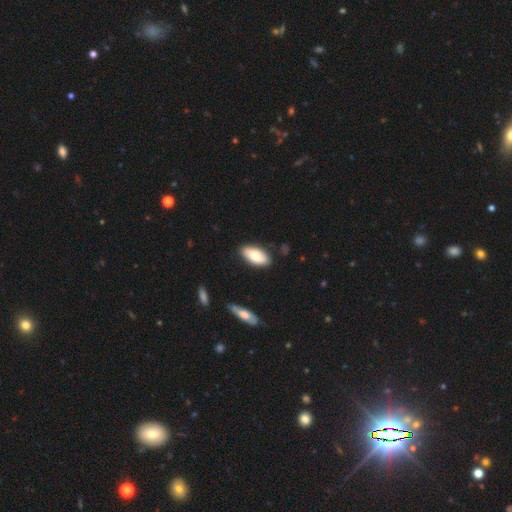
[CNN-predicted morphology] Q: Smooth or featured?
A: smooth (76%); runner-up: featured or disk (18%)
Q: How rounded?
A: in between (91%); runner-up: cigar-shaped (7%)
Q: Merging?
A: none (82%); runner-up: minor disturbance (13%)